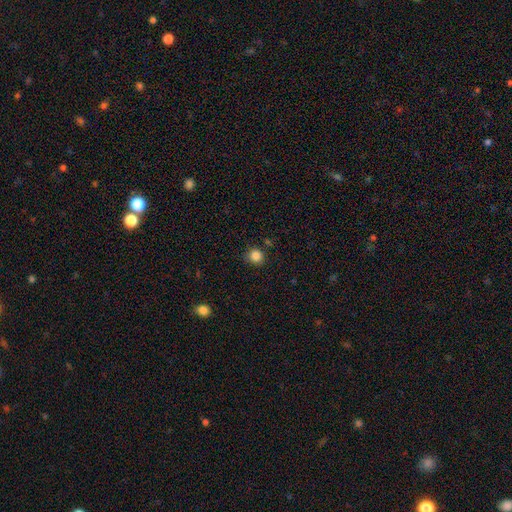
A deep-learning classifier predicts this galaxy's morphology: smooth-or-featured: smooth: 85% | star or artifact: 12% | featured or disk: 4%
  how-rounded: round: 89% | in between: 10% | cigar-shaped: 1%
  merging: none: 83% | minor disturbance: 11% | merger: 3% | major disturbance: 3%